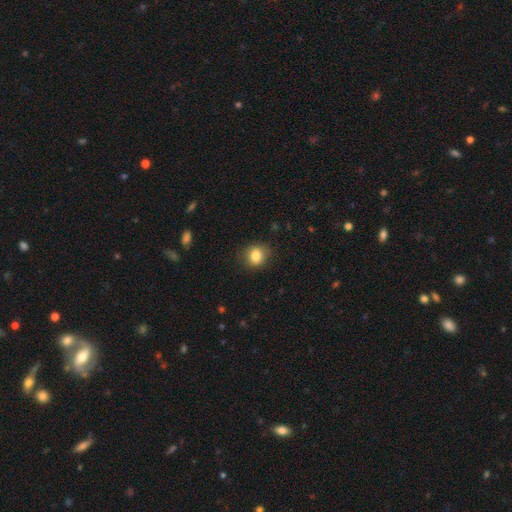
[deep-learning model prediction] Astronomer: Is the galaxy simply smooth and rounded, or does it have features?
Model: smooth — 84%.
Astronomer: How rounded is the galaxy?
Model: round — 72%.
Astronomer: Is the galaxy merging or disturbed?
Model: none — 82%.